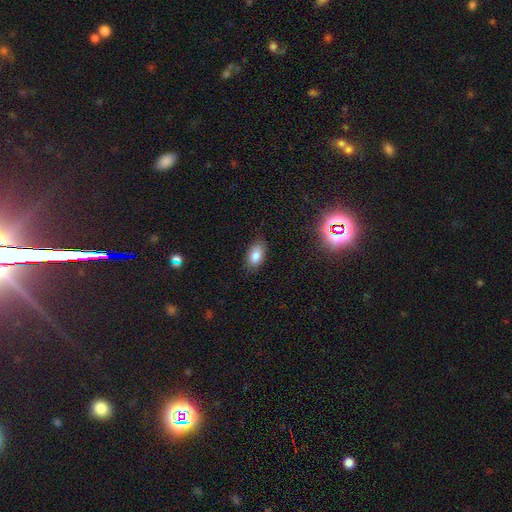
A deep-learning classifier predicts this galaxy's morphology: Smooth or featured?
  - smooth: 81% *
  - star or artifact: 10%
  - featured or disk: 9%
How rounded?
  - in between: 91% *
  - round: 7%
  - cigar-shaped: 3%
Merging?
  - none: 81% *
  - minor disturbance: 15%
  - major disturbance: 3%
  - merger: 1%